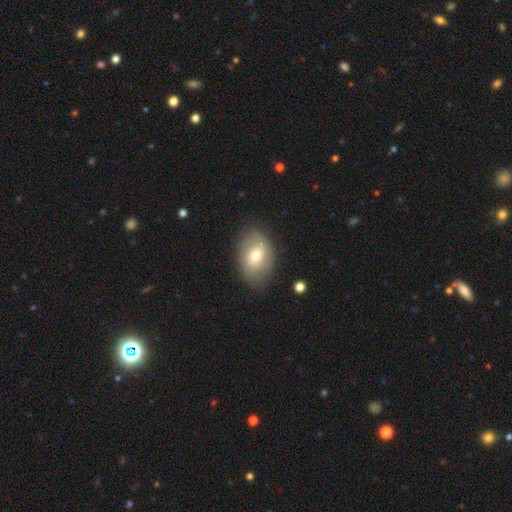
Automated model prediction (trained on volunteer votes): Morphology: type=smooth (61%); roundness=in between (82%); merging=none (77%).